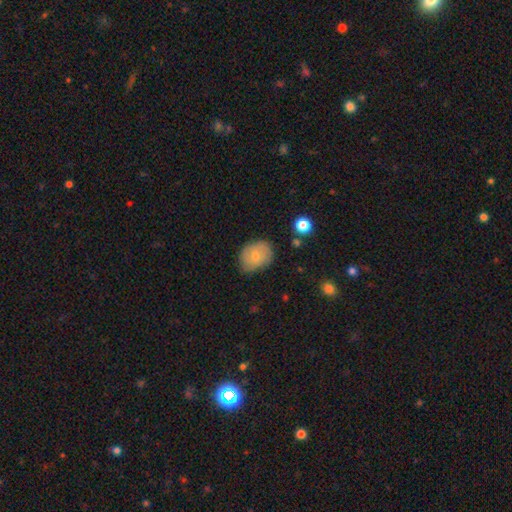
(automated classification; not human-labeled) This is likely a smooth galaxy (67%). How rounded: likely in between (62%). Merging: likely none (61%).